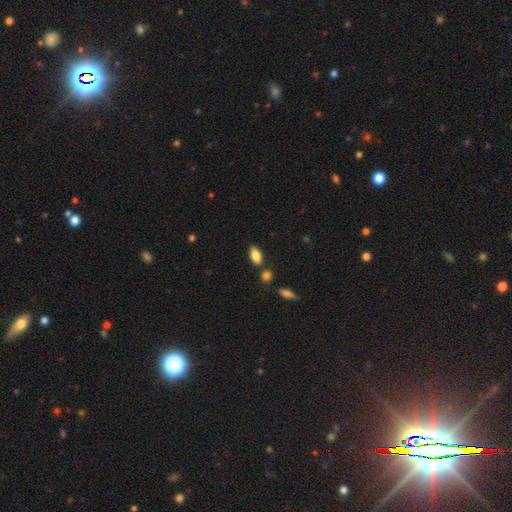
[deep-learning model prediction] Morphology: type=smooth (84%); roundness=in between (89%); merging=none (76%).